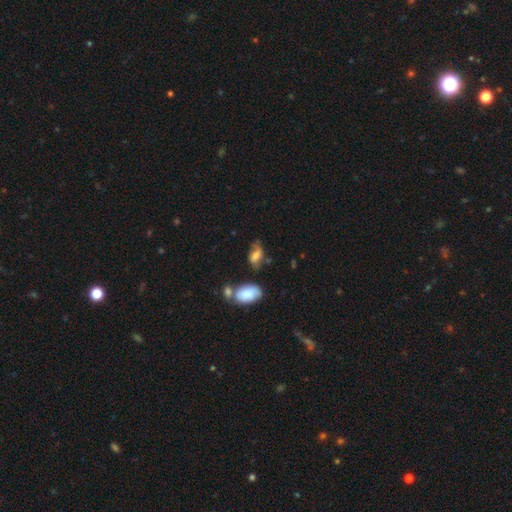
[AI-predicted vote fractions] Smooth or featured? smooth (57%)
How rounded? in between (87%)
Merging? none (46%)